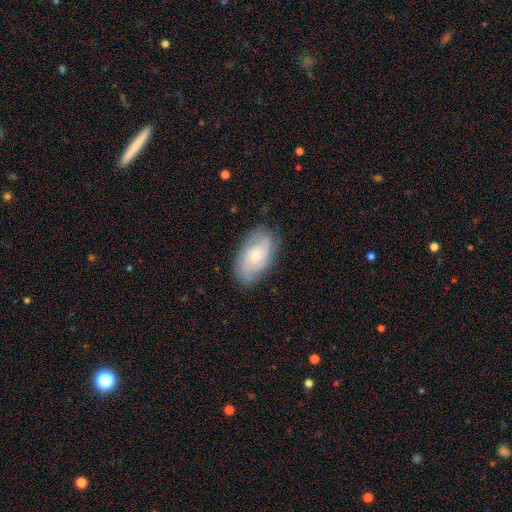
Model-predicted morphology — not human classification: Smooth or featured?
  - featured or disk: 62% *
  - smooth: 31%
  - star or artifact: 7%
Edge-on disk?
  - no: 95% *
  - yes: 5%
Bar?
  - no: 72% *
  - weak: 25%
  - strong: 4%
Spiral arms?
  - yes: 90% *
  - no: 10%
Spiral winding?
  - tight: 45% *
  - medium: 39%
  - loose: 15%
Spiral arm count?
  - 2: 35% *
  - can't tell: 34%
  - 3: 17%
  - 4: 6%
  - 1: 4%
  - more than 4: 4%
Bulge size?
  - small: 61% *
  - moderate: 32%
  - none: 3%
  - large: 3%
  - dominant: 1%
Merging?
  - none: 77% *
  - minor disturbance: 17%
  - major disturbance: 5%
  - merger: 1%